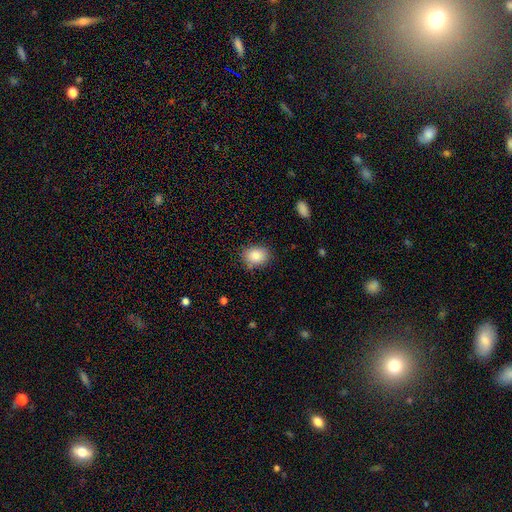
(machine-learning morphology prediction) Overall: smooth (85%). How rounded: in between (56%; round 43%). Merging: none (80%).